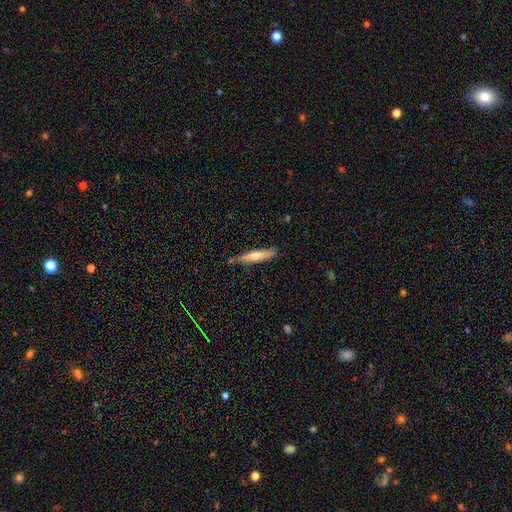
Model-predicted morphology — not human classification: smooth-or-featured: smooth: 51% | featured or disk: 43% | star or artifact: 6%
  how-rounded: cigar-shaped: 88% | in between: 11% | round: 1%
  merging: none: 81% | minor disturbance: 14% | merger: 3% | major disturbance: 2%